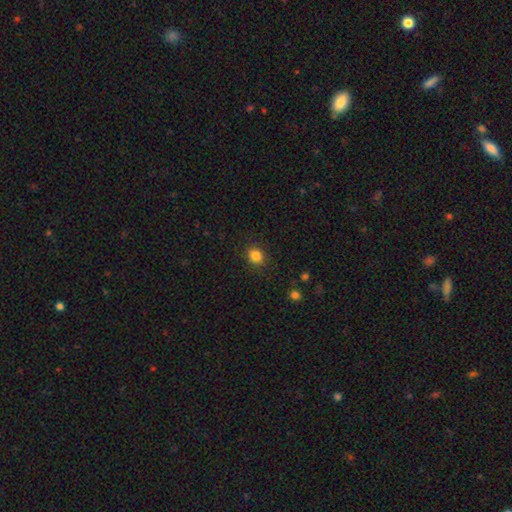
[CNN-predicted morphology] smooth-or-featured: smooth: 85% | star or artifact: 11% | featured or disk: 4%
  how-rounded: round: 68% | in between: 32% | cigar-shaped: 1%
  merging: none: 88% | minor disturbance: 8% | major disturbance: 3% | merger: 1%